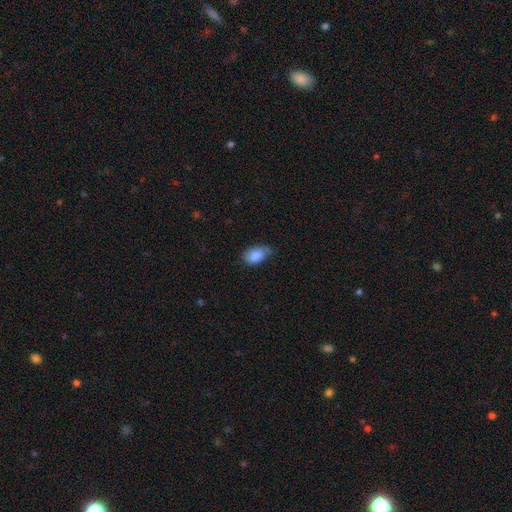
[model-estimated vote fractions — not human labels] The model was most divided on "merging": none: 50%, minor disturbance: 39%, major disturbance: 9%, merger: 2%. More confident: how rounded — in between (90%); smooth or featured — smooth (84%).